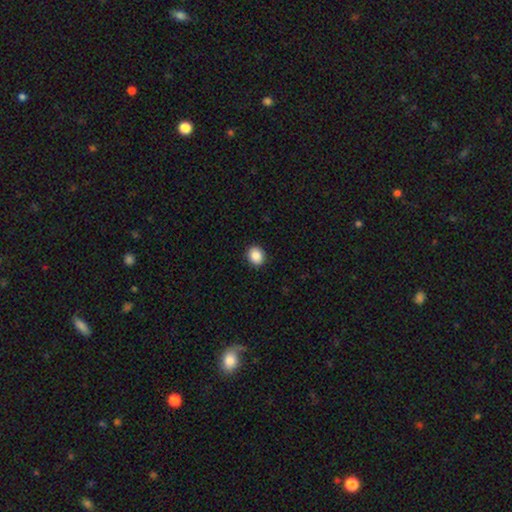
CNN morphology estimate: Overall: smooth (89%). How rounded: round (63%; in between 36%). Merging: none (91%).